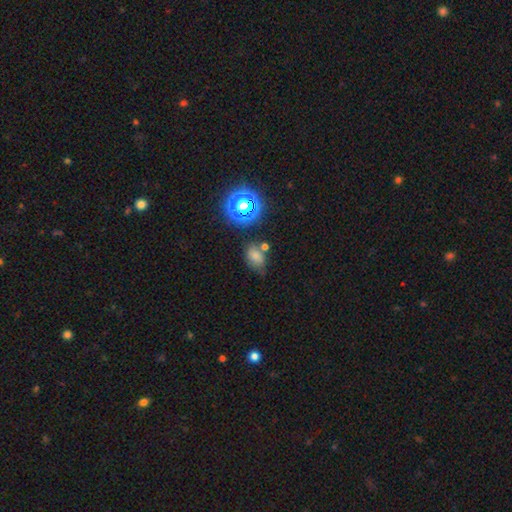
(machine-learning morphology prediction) Q: Smooth or featured?
A: smooth (67%); runner-up: star or artifact (23%)
Q: How rounded?
A: in between (72%); runner-up: round (26%)
Q: Merging?
A: none (58%); runner-up: minor disturbance (22%)